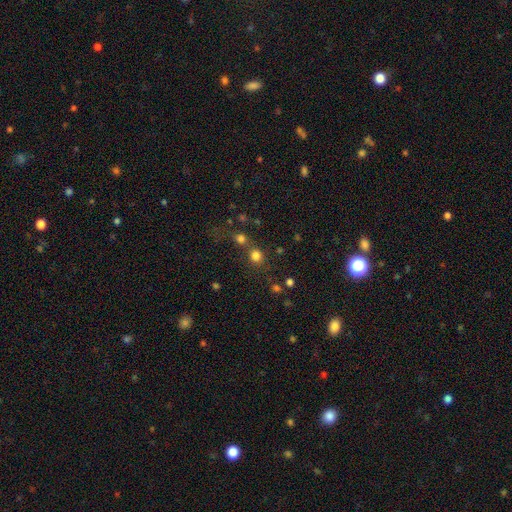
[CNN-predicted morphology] Smooth or featured: smooth — 78% (star or artifact — 16%)
How rounded: round — 84% (in between — 15%)
Merging: none — 61% (merger — 26%)